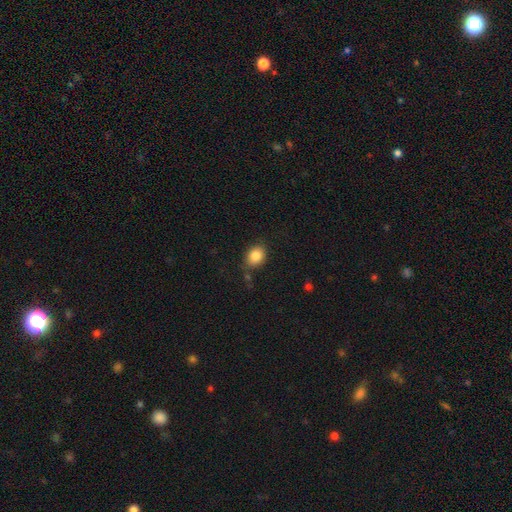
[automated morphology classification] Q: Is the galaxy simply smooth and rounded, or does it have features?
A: smooth — 85%.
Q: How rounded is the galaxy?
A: in between — 54%.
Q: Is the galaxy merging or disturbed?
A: none — 78%.